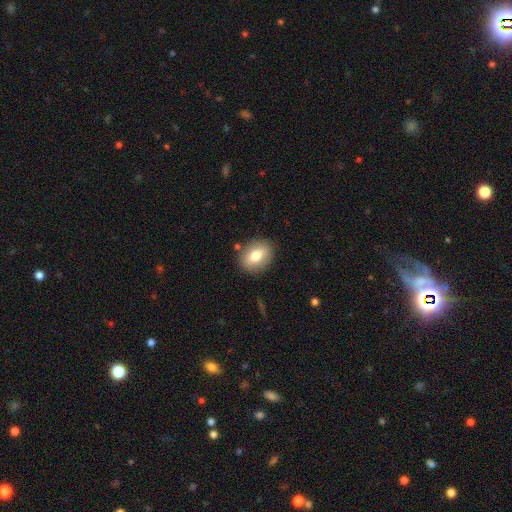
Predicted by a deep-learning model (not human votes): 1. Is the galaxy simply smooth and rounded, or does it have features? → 74% smooth, 18% featured or disk, 8% star or artifact.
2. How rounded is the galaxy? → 62% in between, 36% round, 2% cigar-shaped.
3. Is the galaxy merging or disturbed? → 86% none, 9% minor disturbance, 3% major disturbance, 2% merger.